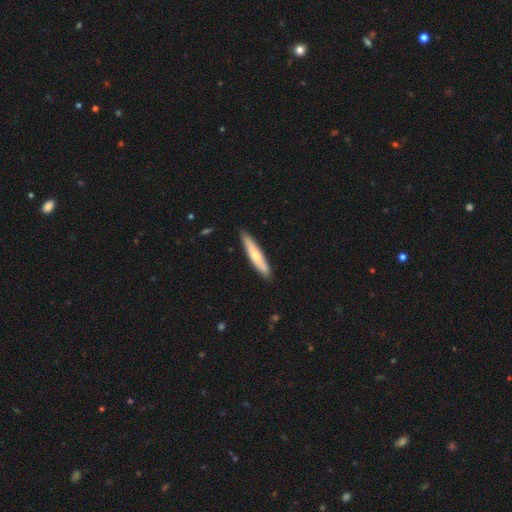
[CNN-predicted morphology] A smooth galaxy with no disk features (59%) that is cigar-shaped (89%).

Vote fractions:
- Smooth or featured? smooth: 59% / featured or disk: 36% / star or artifact: 5%
- How rounded? cigar-shaped: 89% / in between: 9% / round: 1%
- Merging? none: 88% / minor disturbance: 9% / major disturbance: 2% / merger: 1%